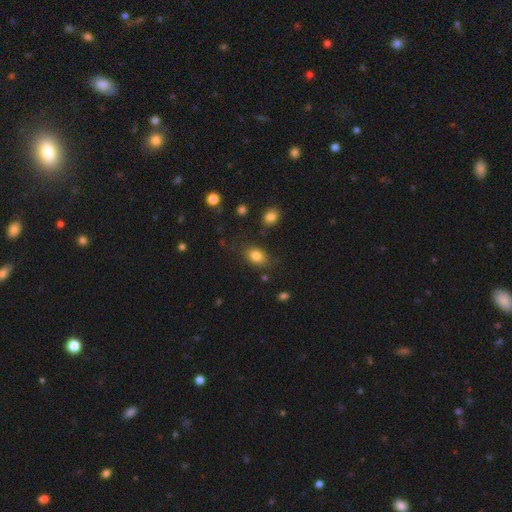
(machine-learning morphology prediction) Smooth or featured: smooth — 82% (star or artifact — 10%)
How rounded: in between — 77% (round — 21%)
Merging: none — 79% (minor disturbance — 14%)